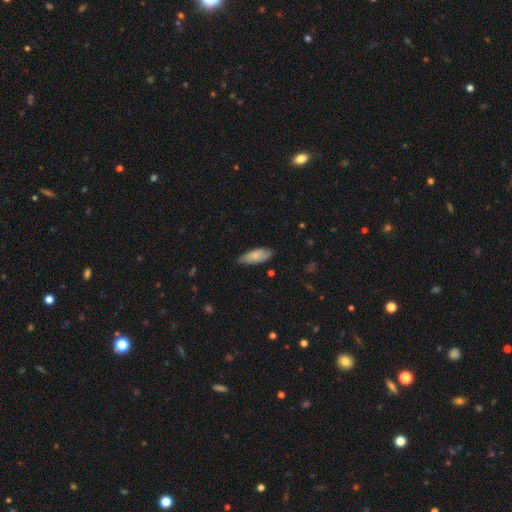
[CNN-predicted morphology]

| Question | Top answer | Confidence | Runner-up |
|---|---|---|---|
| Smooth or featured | smooth | 71% | featured or disk (23%) |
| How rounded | in between | 79% | cigar-shaped (19%) |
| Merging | none | 62% | minor disturbance (32%) |